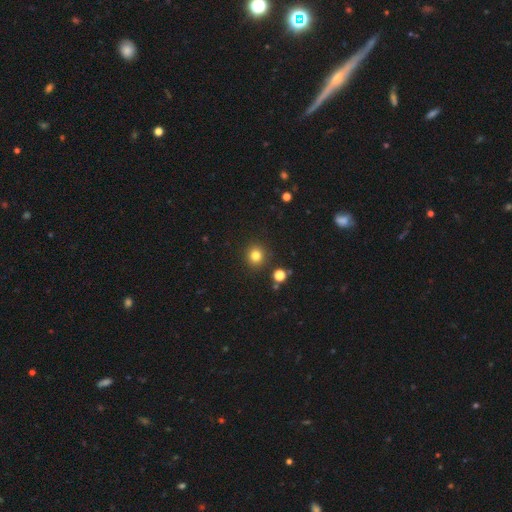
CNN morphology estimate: Smooth or featured?
  - smooth: 80% *
  - star or artifact: 14%
  - featured or disk: 6%
How rounded?
  - round: 91% *
  - in between: 8%
  - cigar-shaped: 1%
Merging?
  - none: 89% *
  - minor disturbance: 6%
  - merger: 3%
  - major disturbance: 2%